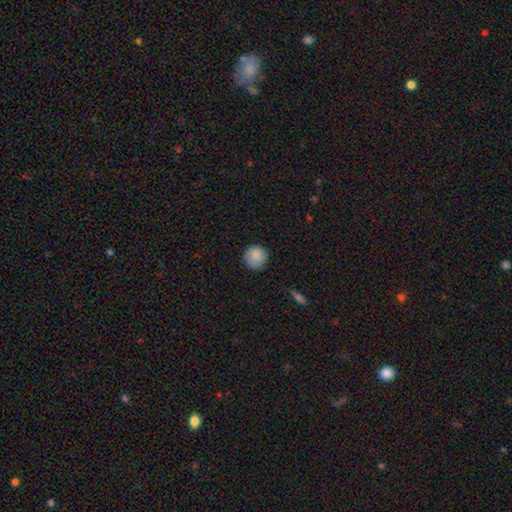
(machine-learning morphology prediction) smooth 87%, star or artifact 7%, featured or disk 6%. Down the decision tree: how rounded — round (93%); merging — none (84%).